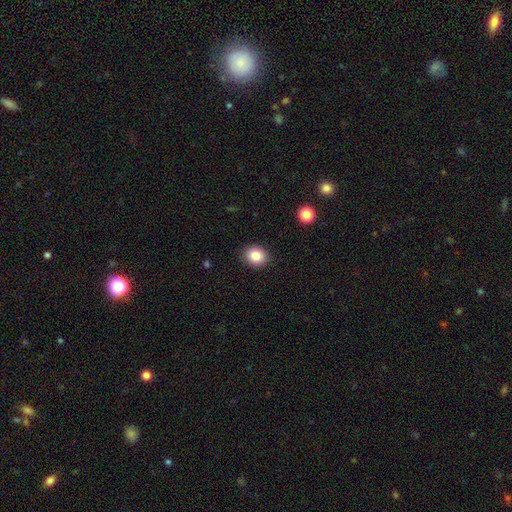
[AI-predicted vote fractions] Smooth or featured: smooth — 85% (star or artifact — 10%)
How rounded: round — 68% (in between — 31%)
Merging: none — 89% (minor disturbance — 7%)